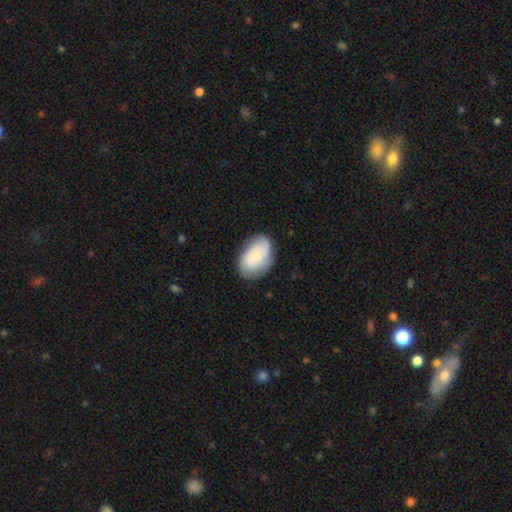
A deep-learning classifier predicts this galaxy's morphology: smooth-or-featured: smooth: 53% | featured or disk: 40% | star or artifact: 7%
  how-rounded: in between: 85% | round: 13% | cigar-shaped: 1%
  merging: none: 73% | minor disturbance: 20% | major disturbance: 6% | merger: 1%